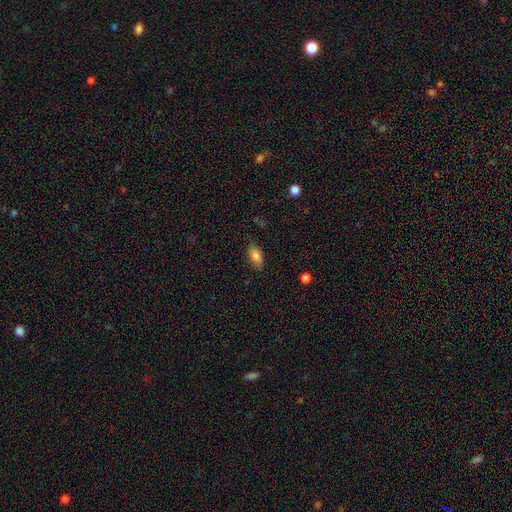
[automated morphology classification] Overall: smooth (81%). How rounded: in between (86%). Merging: none (80%).